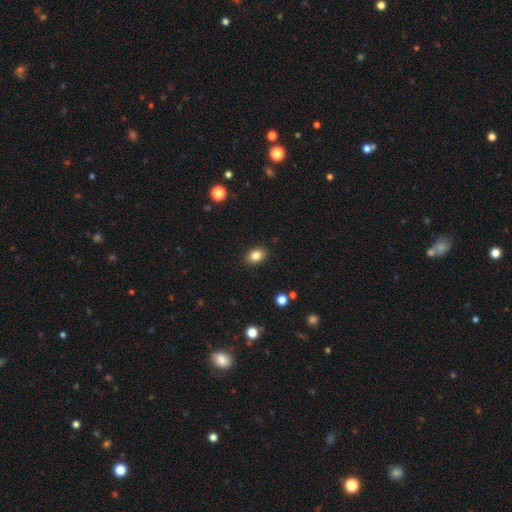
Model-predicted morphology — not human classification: Smooth or featured? Predicted: smooth (p=0.83). How rounded? Predicted: in between (p=0.75). Merging? Predicted: none (p=0.89).